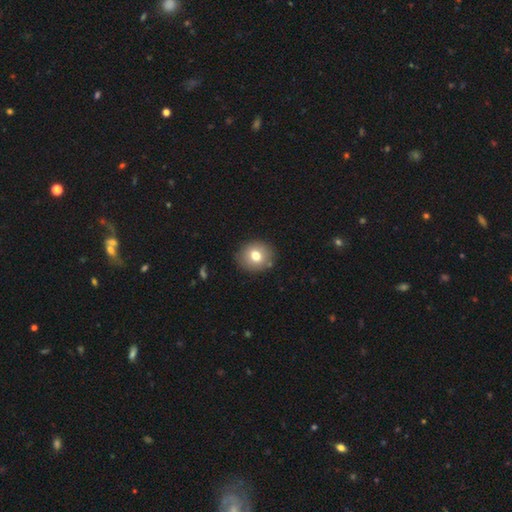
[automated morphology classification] Smooth or featured? Predicted: smooth (p=0.74). How rounded? Predicted: round (p=0.80). Merging? Predicted: none (p=0.86).